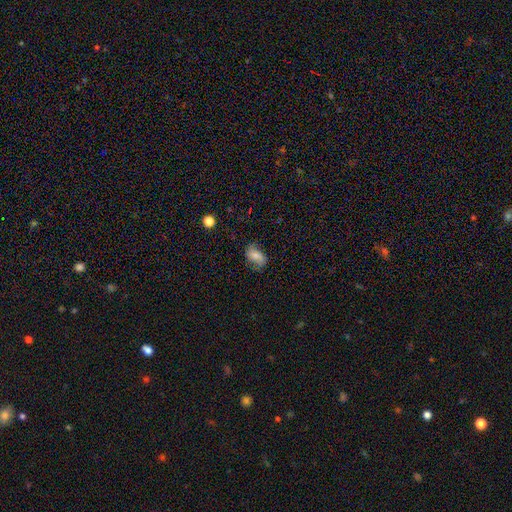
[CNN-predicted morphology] Overall: smooth (53%; featured or disk 38%). How rounded: in between (85%). Merging: none (64%; minor disturbance 25%).